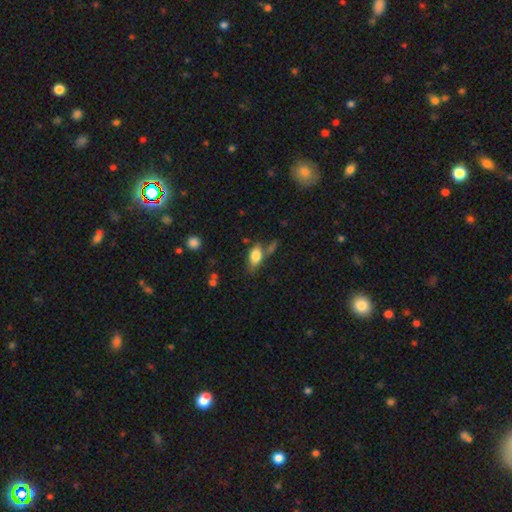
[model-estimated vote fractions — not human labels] Smooth or featured? smooth (78%)
How rounded? in between (86%)
Merging? none (54%)